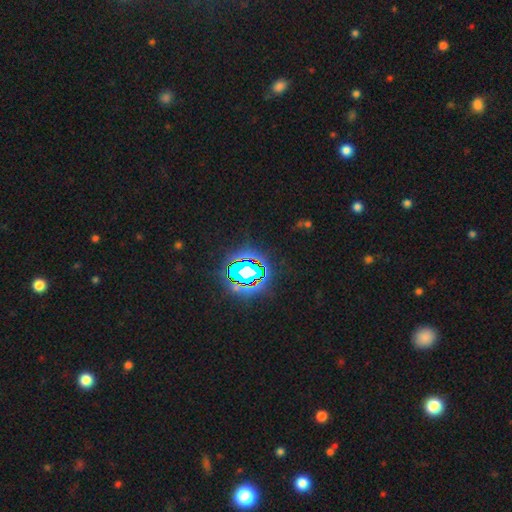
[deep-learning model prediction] A star or artifact, not a galaxy (84%).